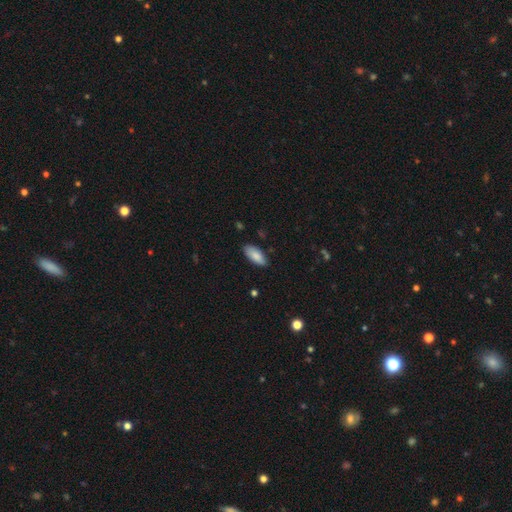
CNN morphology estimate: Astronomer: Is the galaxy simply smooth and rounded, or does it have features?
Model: smooth — 86%.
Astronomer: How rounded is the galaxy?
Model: in between — 86%.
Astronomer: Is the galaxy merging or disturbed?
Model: none — 82%.